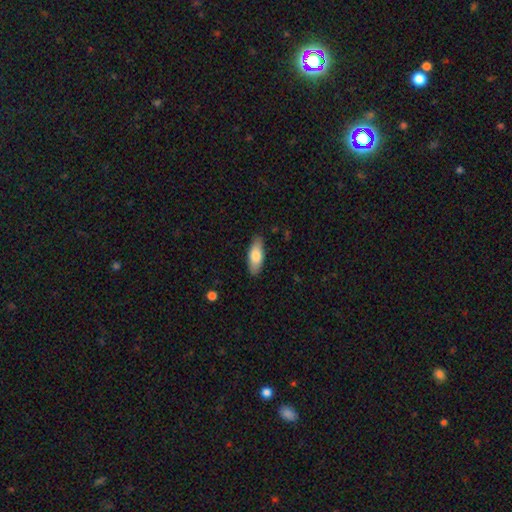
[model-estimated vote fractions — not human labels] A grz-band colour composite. It shows a smooth galaxy with no disk features (77%) that is in between round and cigar-shaped (76%). Merging: none (86%).